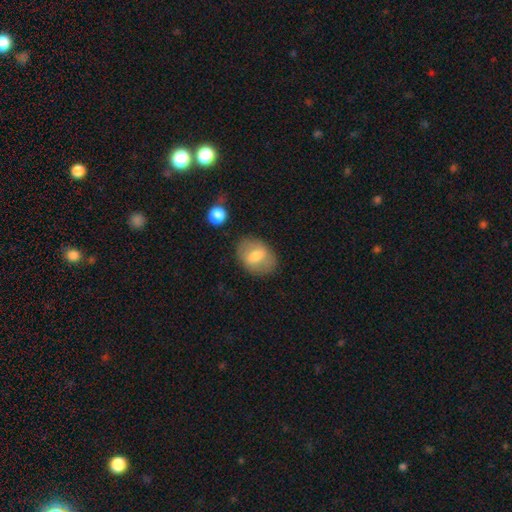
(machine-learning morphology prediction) smooth-or-featured: smooth: 61% | featured or disk: 31% | star or artifact: 8%
  how-rounded: in between: 71% | round: 27% | cigar-shaped: 1%
  merging: none: 80% | minor disturbance: 13% | major disturbance: 5% | merger: 2%